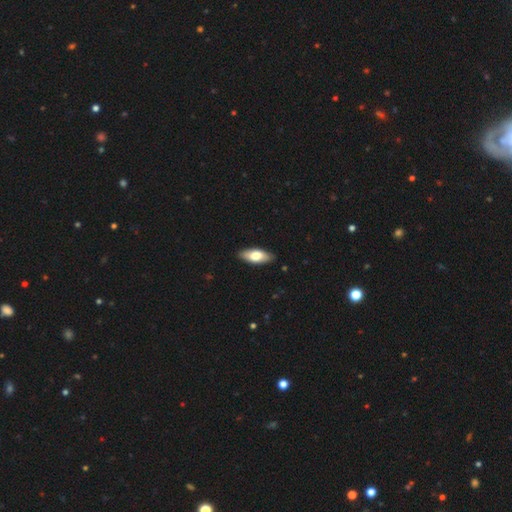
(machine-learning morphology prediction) This appears to be a smooth galaxy with no disk features (69%) that is in between round and cigar-shaped (79%). Merging: none (88%).